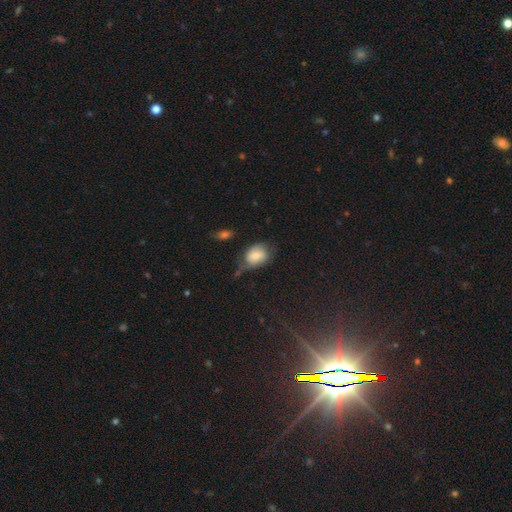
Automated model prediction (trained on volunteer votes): A smooth galaxy with no disk features (67%) that is in between round and cigar-shaped (64%).

Vote fractions:
- Smooth or featured? smooth: 67% / featured or disk: 24% / star or artifact: 10%
- How rounded? in between: 64% / round: 35% / cigar-shaped: 1%
- Merging? none: 38% / minor disturbance: 34% / major disturbance: 22% / merger: 6%